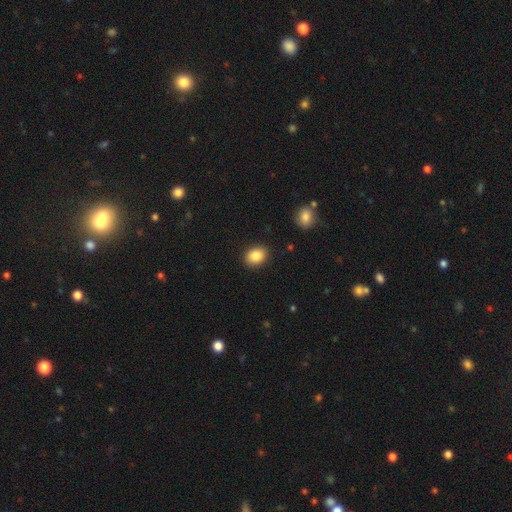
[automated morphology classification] type=smooth (87%); roundness=in between (59%); merging=none (89%).